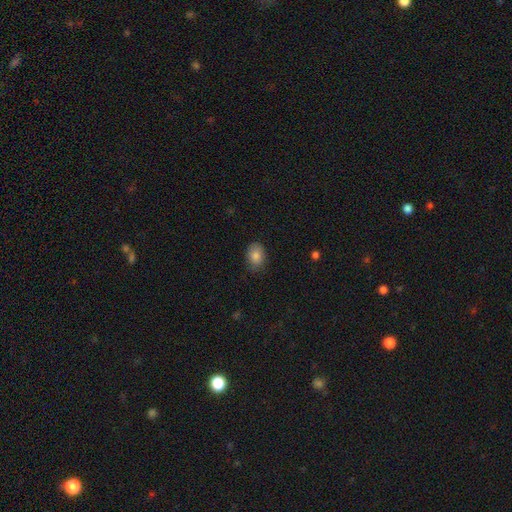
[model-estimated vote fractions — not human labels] Smooth or featured? Predicted: smooth (p=0.84). How rounded? Predicted: in between (p=0.76). Merging? Predicted: none (p=0.79).